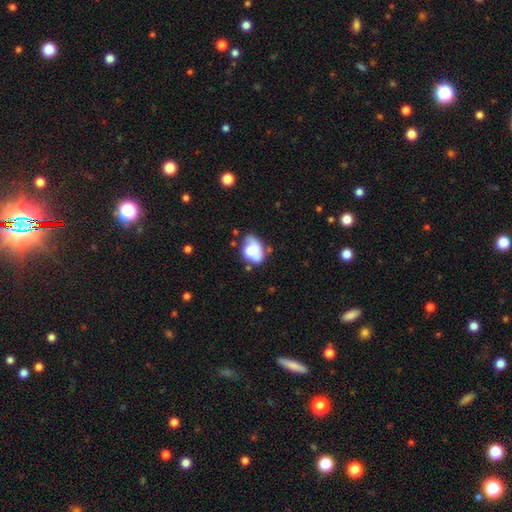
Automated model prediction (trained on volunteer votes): A smooth galaxy with no disk features (62%) that is in between round and cigar-shaped (77%).

Vote fractions:
- Smooth or featured? smooth: 62% / featured or disk: 30% / star or artifact: 8%
- How rounded? in between: 77% / round: 22% / cigar-shaped: 1%
- Merging? none: 42% / minor disturbance: 33% / major disturbance: 14% / merger: 11%